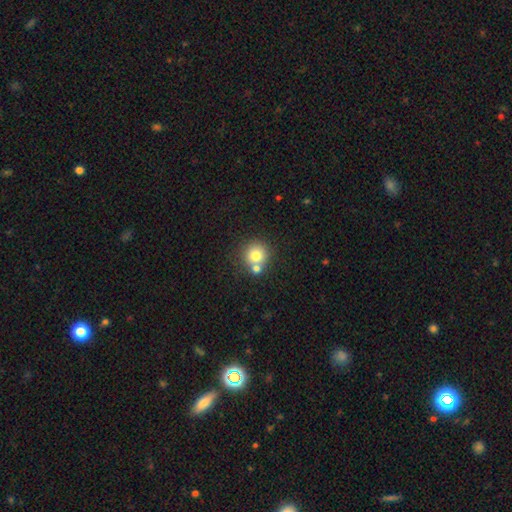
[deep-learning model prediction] Morphology: type=smooth (76%); roundness=round (91%); merging=none (61%).